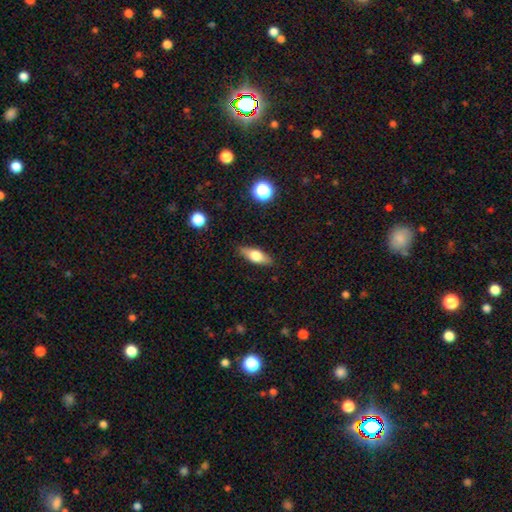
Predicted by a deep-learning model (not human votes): A smooth galaxy with no disk features (59%) that is in between round and cigar-shaped (64%).

Vote fractions:
- Smooth or featured? smooth: 59% / featured or disk: 34% / star or artifact: 7%
- How rounded? in between: 64% / cigar-shaped: 32% / round: 4%
- Merging? none: 87% / minor disturbance: 10% / major disturbance: 2% / merger: 1%